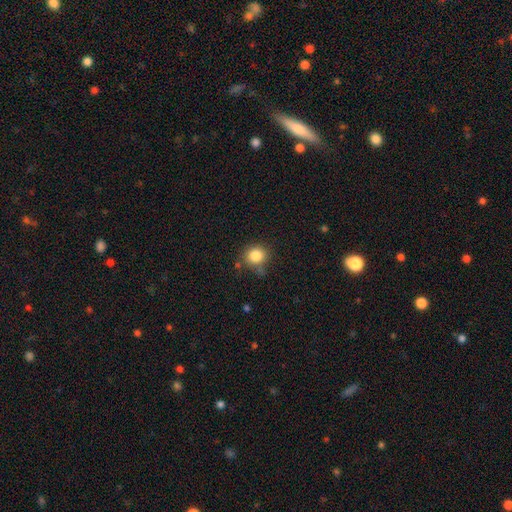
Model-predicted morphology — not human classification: smooth 83%, star or artifact 11%, featured or disk 6%. Down the decision tree: how rounded — round (81%); merging — none (69%).